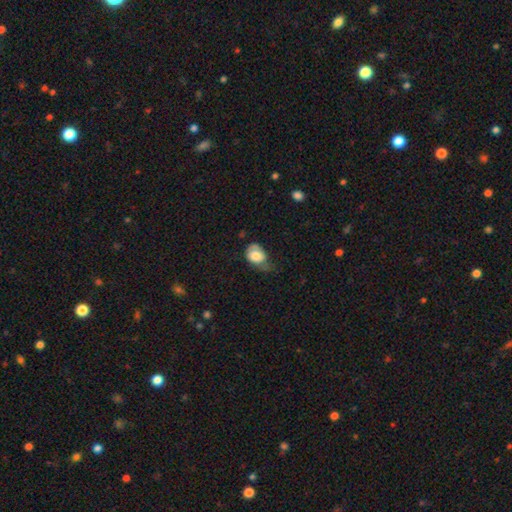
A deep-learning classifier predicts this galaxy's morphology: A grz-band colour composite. It shows a smooth galaxy with no disk features (71%) that is in between round and cigar-shaped (71%). Merging: minor disturbance (41%).